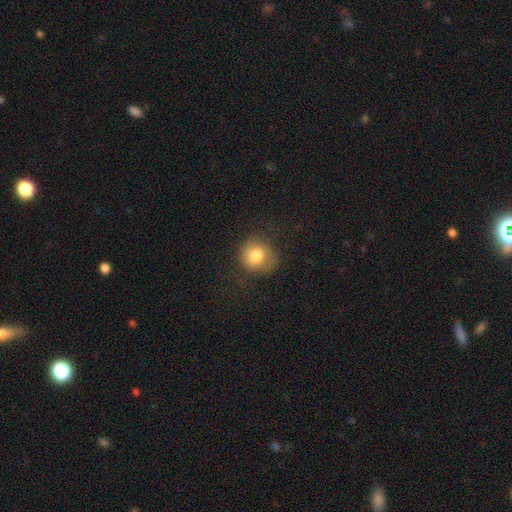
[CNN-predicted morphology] A smooth galaxy with no disk features (78%) that is round (82%). Merging: none (64%).